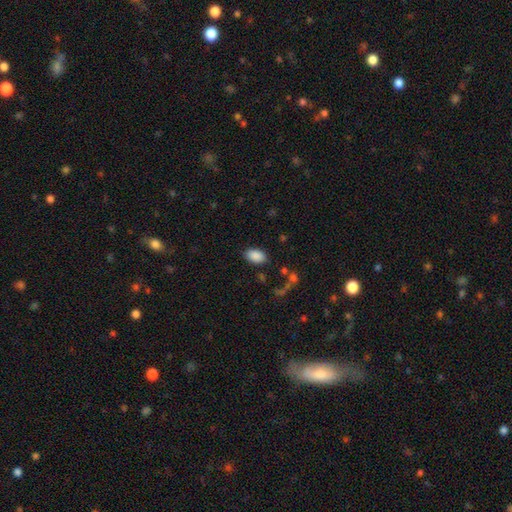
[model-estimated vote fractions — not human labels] smooth 88%, star or artifact 8%, featured or disk 4%. Down the decision tree: how rounded — in between (92%); merging — none (84%).